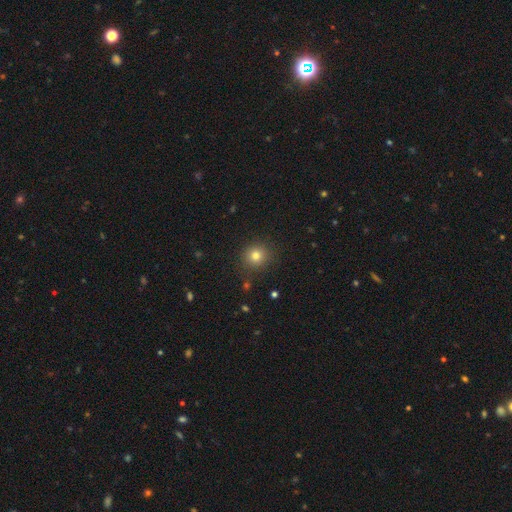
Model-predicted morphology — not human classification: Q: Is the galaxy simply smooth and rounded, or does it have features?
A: smooth — 79%.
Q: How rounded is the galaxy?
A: round — 90%.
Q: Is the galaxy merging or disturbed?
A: none — 88%.